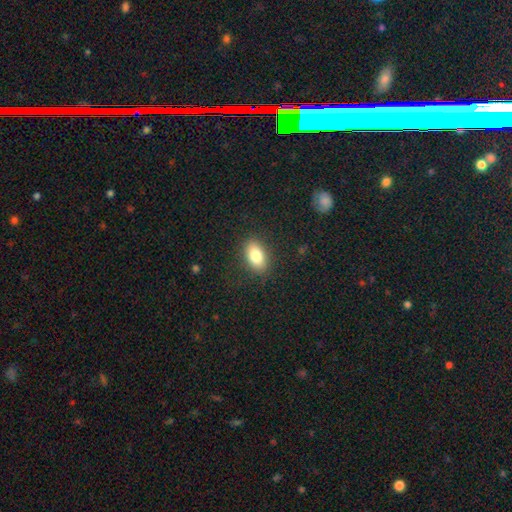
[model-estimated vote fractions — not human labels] Morphology: type=smooth (81%); roundness=in between (88%); merging=none (86%).